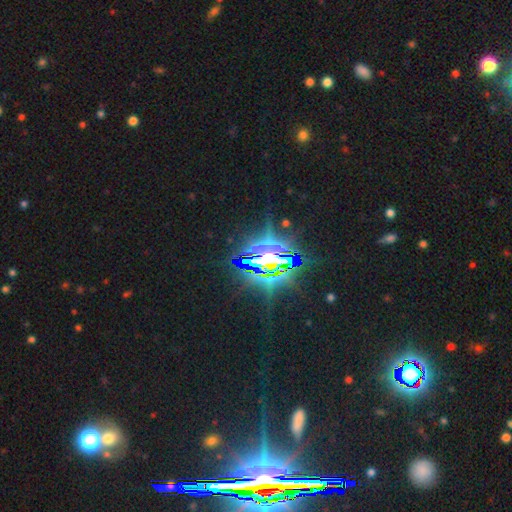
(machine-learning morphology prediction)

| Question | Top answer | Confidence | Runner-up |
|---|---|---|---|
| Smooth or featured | star or artifact | 82% | featured or disk (10%) |